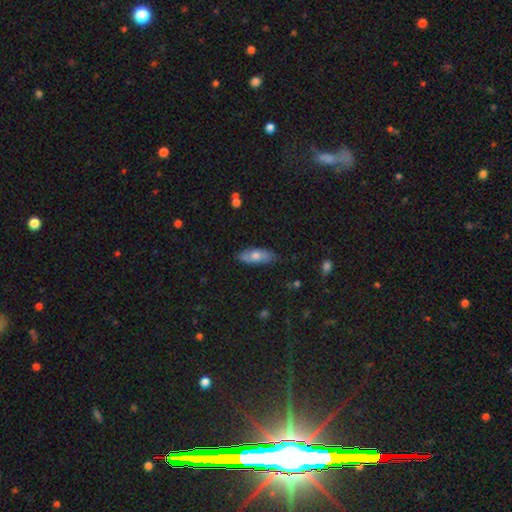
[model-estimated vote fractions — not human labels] A smooth galaxy with no disk features (63%) that is in between round and cigar-shaped (71%). Merging: none (81%).